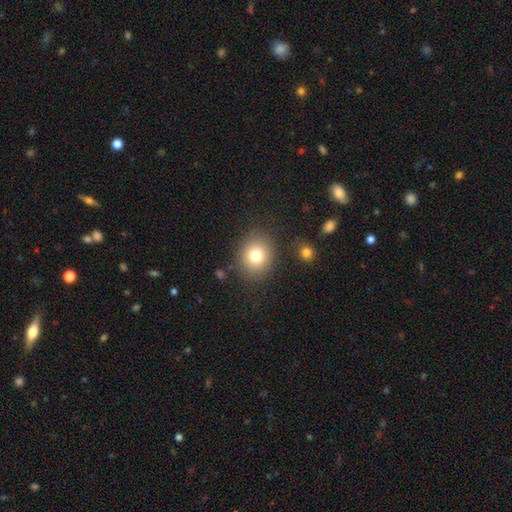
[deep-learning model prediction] This appears to be a smooth galaxy with no disk features (78%) that is round (72%). Merging: none (84%).